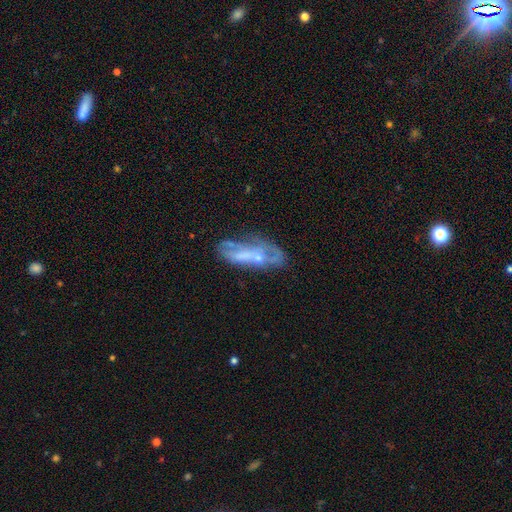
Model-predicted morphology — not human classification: smooth_or_featured: featured or disk (p=0.60) [alt: smooth p=0.31]
disk_edge_on: no (p=0.82) [alt: yes p=0.18]
merging: none (p=0.45) [alt: minor disturbance p=0.23]